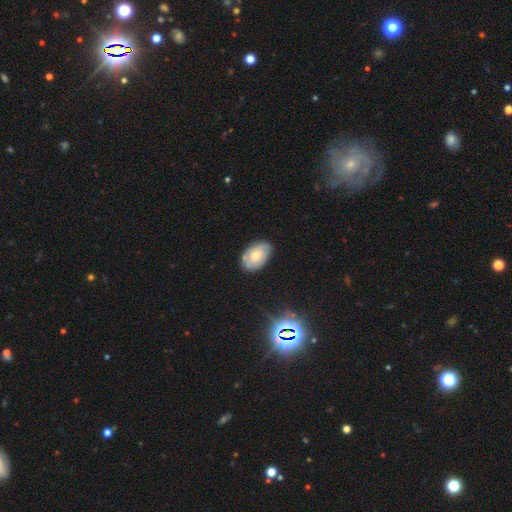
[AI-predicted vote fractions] smooth-or-featured: smooth: 52% | featured or disk: 39% | star or artifact: 8%
  how-rounded: in between: 89% | round: 10% | cigar-shaped: 1%
  merging: none: 71% | minor disturbance: 23% | major disturbance: 4% | merger: 2%